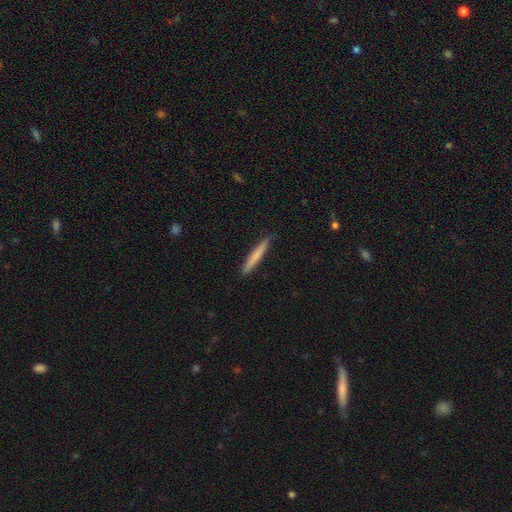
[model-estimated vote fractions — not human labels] This is likely a smooth galaxy (72%). How rounded: clearly cigar-shaped (96%). Merging: clearly none (87%).